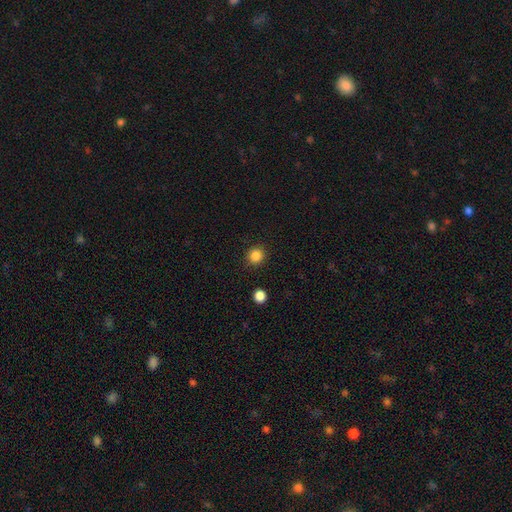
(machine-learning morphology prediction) Smooth or featured: smooth — 85% (star or artifact — 11%)
How rounded: round — 91% (in between — 9%)
Merging: none — 90% (minor disturbance — 6%)